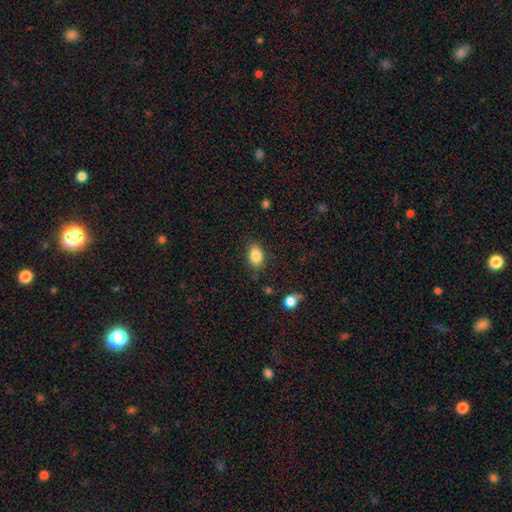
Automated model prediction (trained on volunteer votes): smooth_or_featured: smooth (p=0.85) [alt: star or artifact p=0.09]
how_rounded: in between (p=0.81) [alt: round p=0.17]
merging: none (p=0.82) [alt: minor disturbance p=0.13]